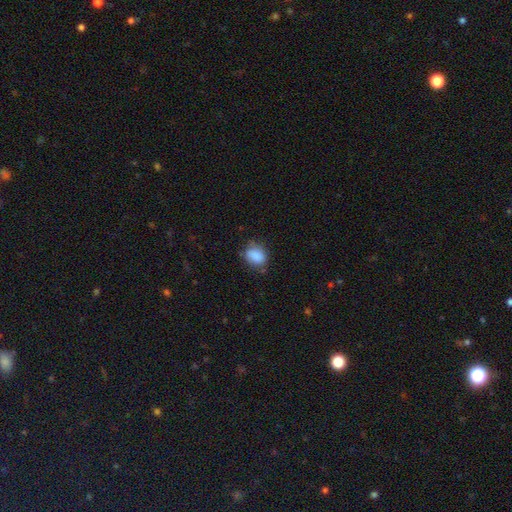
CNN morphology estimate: A smooth galaxy with no disk features (84%) that is in between round and cigar-shaped (61%).

Vote fractions:
- Smooth or featured? smooth: 84% / star or artifact: 8% / featured or disk: 7%
- How rounded? in between: 61% / round: 38% / cigar-shaped: 1%
- Merging? none: 62% / minor disturbance: 28% / major disturbance: 7% / merger: 3%